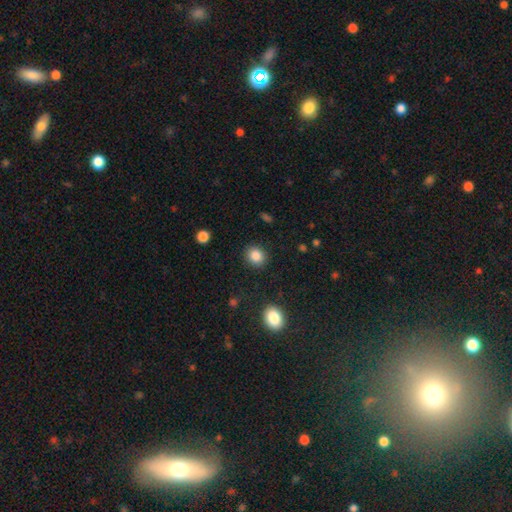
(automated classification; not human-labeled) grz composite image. It shows a smooth galaxy with no disk features (86%) that is round (74%). Merging: none (89%).